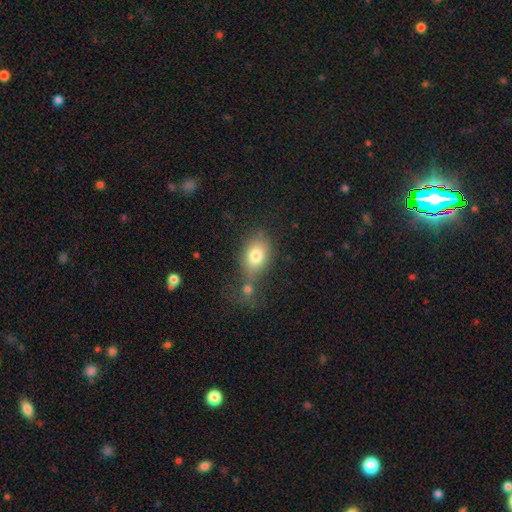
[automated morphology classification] A smooth galaxy with no disk features (78%) that is in between round and cigar-shaped (73%).

Vote fractions:
- Smooth or featured? smooth: 78% / featured or disk: 13% / star or artifact: 10%
- How rounded? in between: 73% / round: 26% / cigar-shaped: 2%
- Merging? none: 45% / merger: 30% / minor disturbance: 16% / major disturbance: 10%